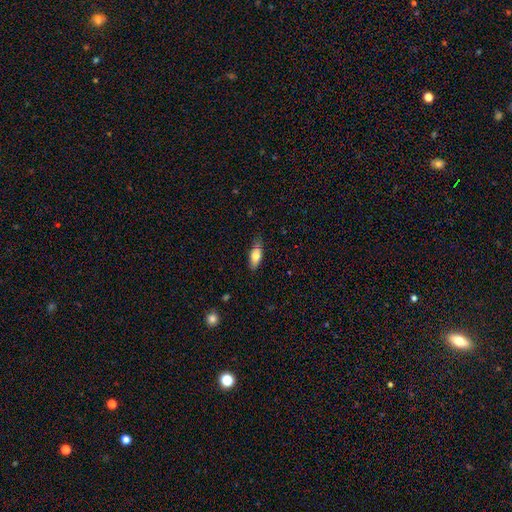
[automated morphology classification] This appears to be a smooth galaxy with no disk features (73%) that is in between round and cigar-shaped (73%). Merging: none (76%).